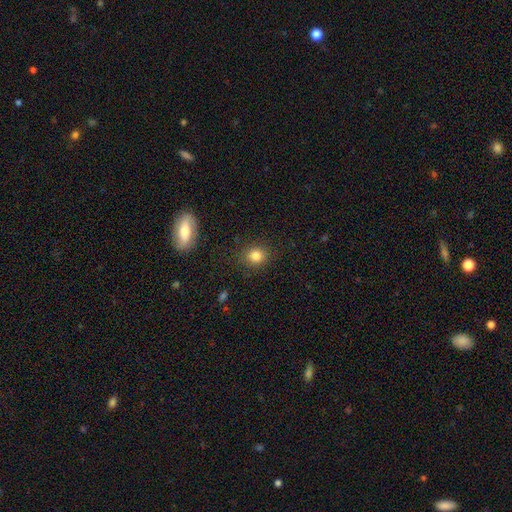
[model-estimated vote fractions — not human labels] Q: Smooth or featured?
A: smooth (83%); runner-up: star or artifact (11%)
Q: How rounded?
A: round (74%); runner-up: in between (25%)
Q: Merging?
A: none (86%); runner-up: minor disturbance (9%)